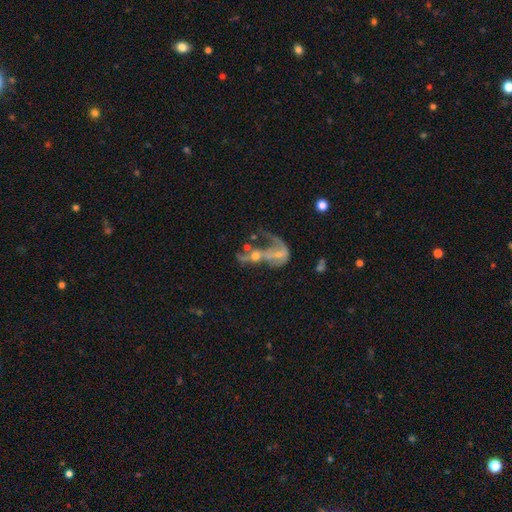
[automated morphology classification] A featured or disk galaxy (62%) with no bar (76%), no spiral arms (59%) and no central bulge (38%).

Vote fractions:
- Smooth or featured? featured or disk: 62% / star or artifact: 19% / smooth: 18%
- Edge-on disk? no: 94% / yes: 6%
- Bar? no: 76% / weak: 17% / strong: 7%
- Spiral arms? no: 59% / yes: 41%
- Bulge size? none: 38% / small: 37% / moderate: 20% / large: 3% / dominant: 2%
- Merging? merger: 41% / major disturbance: 31% / none: 18% / minor disturbance: 9%